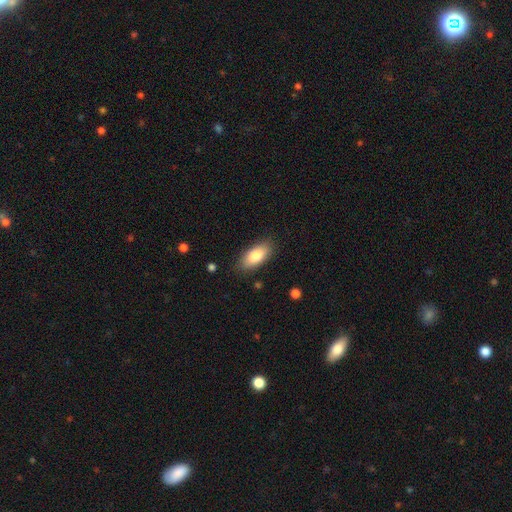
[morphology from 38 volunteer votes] smooth-or-featured: smooth: 87% | featured or disk: 8% | star or artifact: 5%
  how-rounded: in between: 85% | cigar-shaped: 12% | round: 3%
  merging: none: 72% | minor disturbance: 19% | major disturbance: 6% | merger: 3%